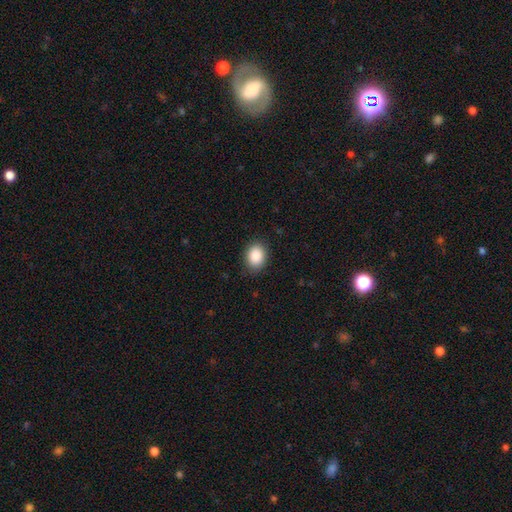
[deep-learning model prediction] This appears to be a smooth galaxy with no disk features (88%) that is in between round and cigar-shaped (64%). Merging: none (87%).